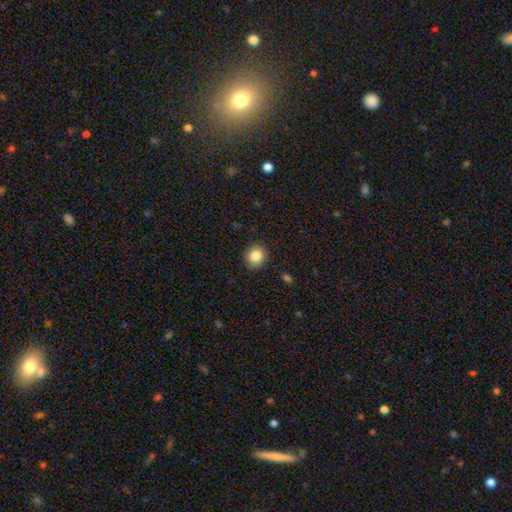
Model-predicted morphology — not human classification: Q: Smooth or featured?
A: smooth (84%); runner-up: star or artifact (10%)
Q: How rounded?
A: round (88%); runner-up: in between (11%)
Q: Merging?
A: none (92%); runner-up: minor disturbance (6%)